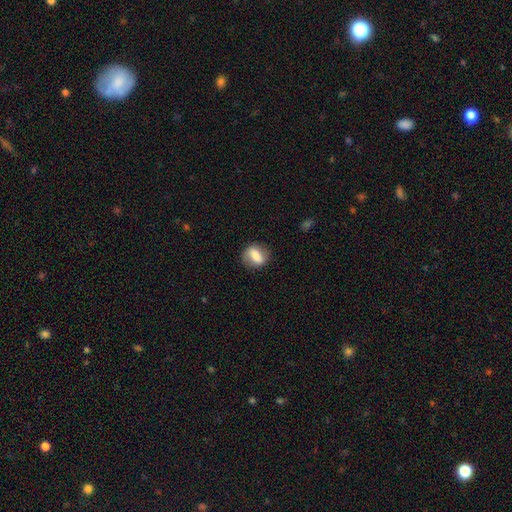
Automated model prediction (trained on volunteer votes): Smooth or featured? smooth (64%)
How rounded? in between (52%)
Merging? none (80%)